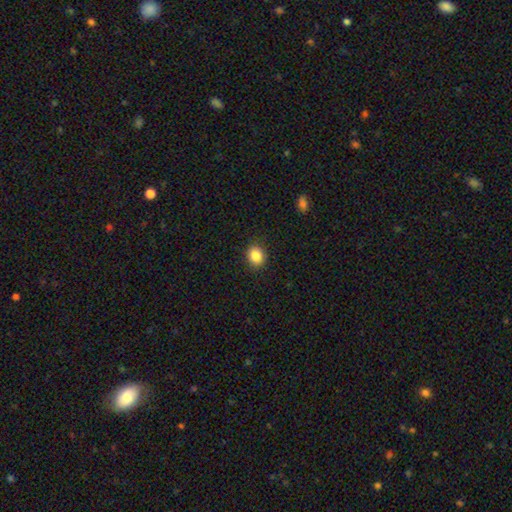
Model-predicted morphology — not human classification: Smooth or featured? smooth (87%)
How rounded? round (60%)
Merging? none (90%)